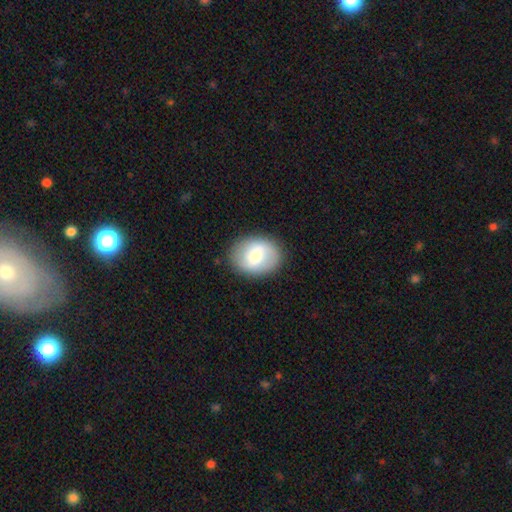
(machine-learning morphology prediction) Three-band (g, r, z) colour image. It shows a smooth galaxy with no disk features (61%) that is in between round and cigar-shaped (55%). Merging: none (84%).